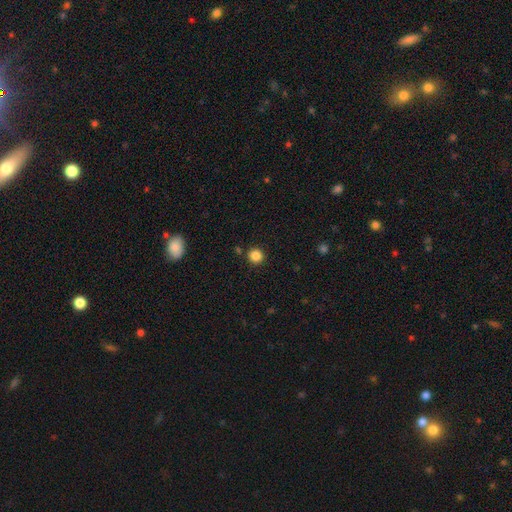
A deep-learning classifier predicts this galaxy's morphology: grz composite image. It shows a smooth galaxy with no disk features (85%) that is round (94%). Merging: none (89%).